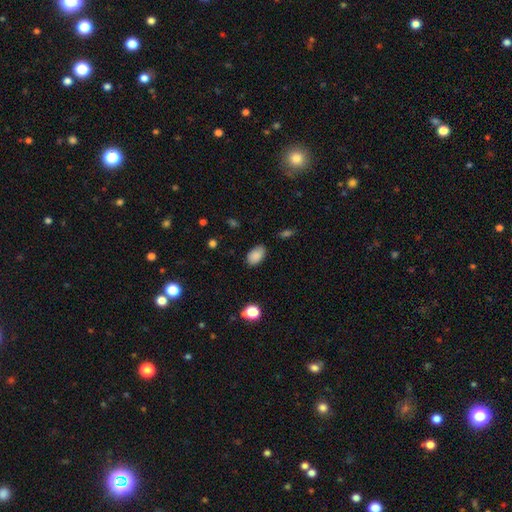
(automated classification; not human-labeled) This is clearly a smooth galaxy (87%). How rounded: clearly in between (91%). Merging: clearly none (81%).